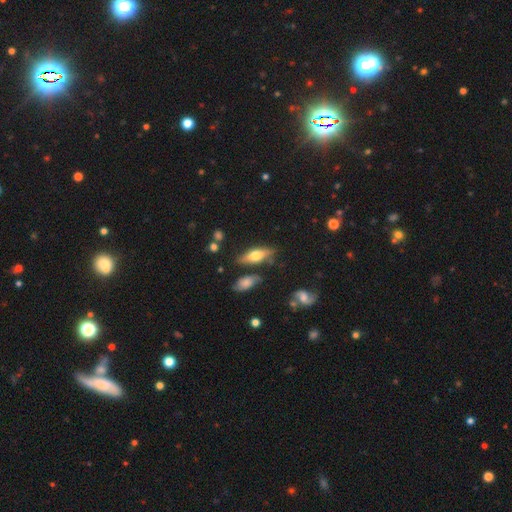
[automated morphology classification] Smooth or featured: smooth — 56% (featured or disk — 37%)
How rounded: in between — 60% (cigar-shaped — 36%)
Merging: none — 71% (minor disturbance — 17%)